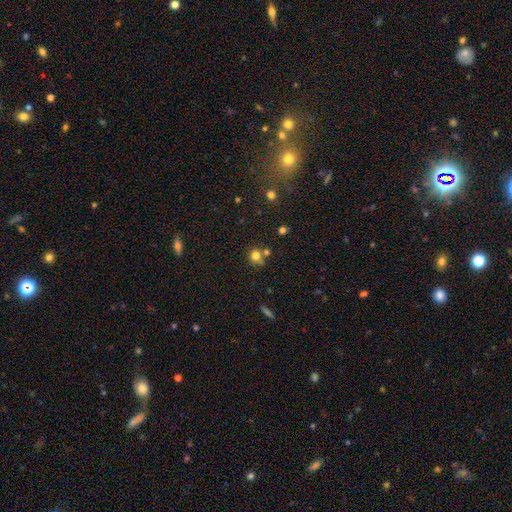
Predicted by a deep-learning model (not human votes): Smooth or featured?
  - smooth: 75% *
  - star or artifact: 14%
  - featured or disk: 10%
How rounded?
  - round: 83% *
  - in between: 16%
  - cigar-shaped: 1%
Merging?
  - none: 54% *
  - merger: 27%
  - minor disturbance: 14%
  - major disturbance: 5%